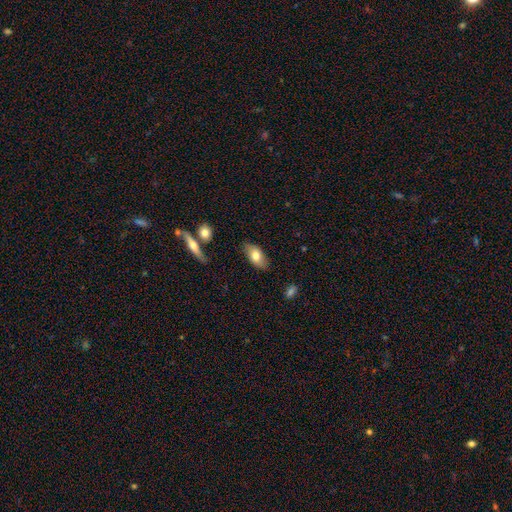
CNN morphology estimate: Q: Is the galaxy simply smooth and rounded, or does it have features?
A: smooth — 73%.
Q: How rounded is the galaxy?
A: in between — 91%.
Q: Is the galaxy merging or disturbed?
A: none — 82%.